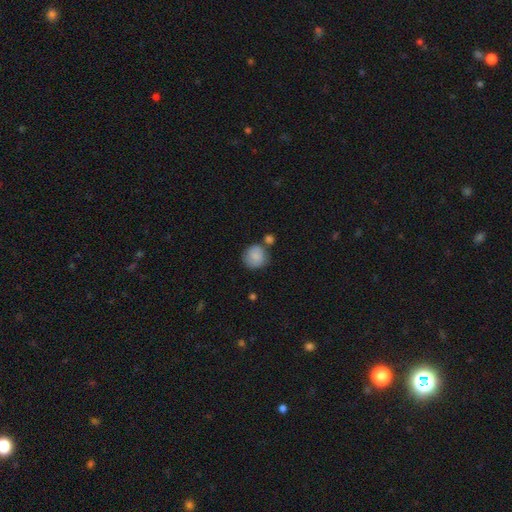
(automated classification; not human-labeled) This is clearly a smooth galaxy (82%). How rounded: clearly round (89%). Merging: likely none (64%).